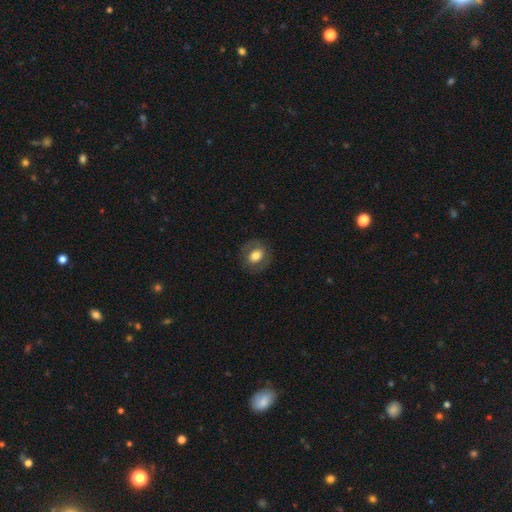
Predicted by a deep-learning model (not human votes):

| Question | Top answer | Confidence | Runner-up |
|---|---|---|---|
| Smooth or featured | smooth | 62% | featured or disk (31%) |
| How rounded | round | 54% | in between (45%) |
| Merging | none | 79% | minor disturbance (13%) |